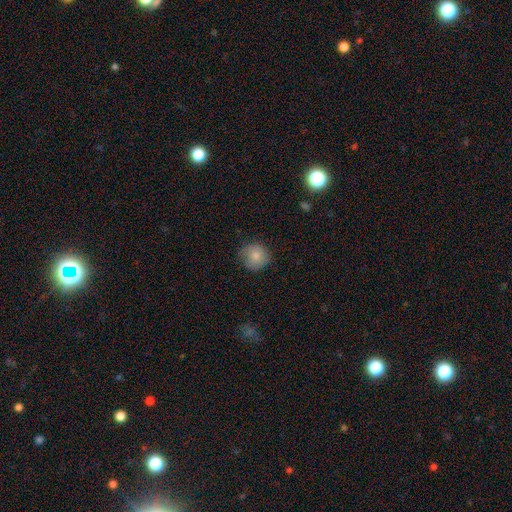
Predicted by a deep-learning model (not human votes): This appears to be a smooth galaxy with no disk features (79%) that is round (89%). Merging: none (73%).